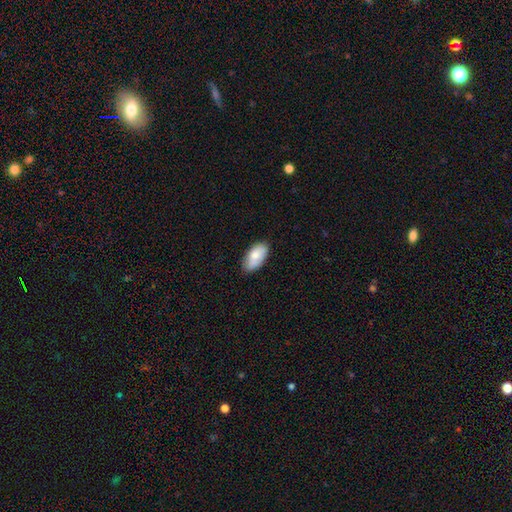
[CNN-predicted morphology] A smooth galaxy with no disk features (79%) that is in between round and cigar-shaped (94%). Merging: none (76%).